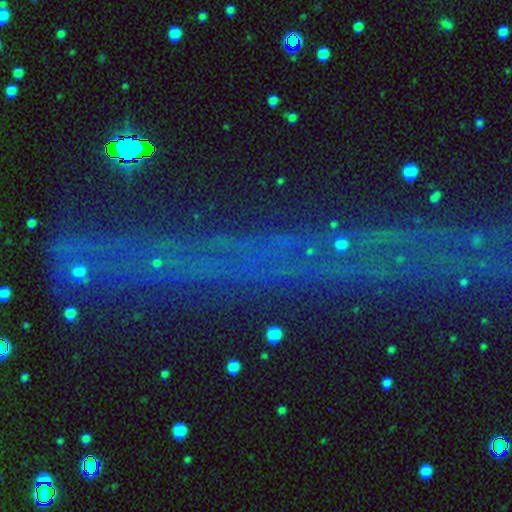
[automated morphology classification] star or artifact 70%, featured or disk 17%, smooth 13%.